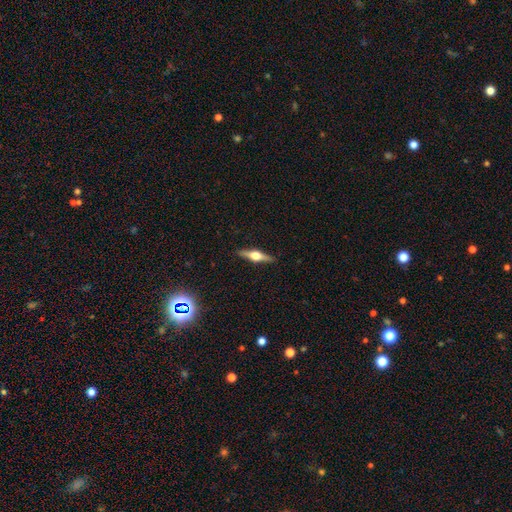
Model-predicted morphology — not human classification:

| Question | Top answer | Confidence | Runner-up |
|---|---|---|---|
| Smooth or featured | featured or disk | 70% | smooth (24%) |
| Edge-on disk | yes | 97% | no (3%) |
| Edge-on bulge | rounded | 95% | boxy (3%) |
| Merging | none | 91% | minor disturbance (7%) |